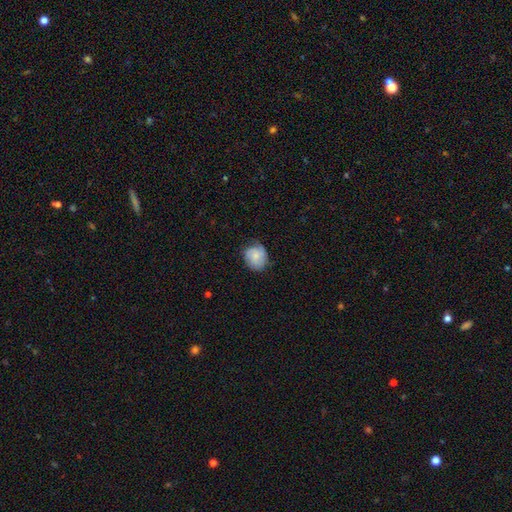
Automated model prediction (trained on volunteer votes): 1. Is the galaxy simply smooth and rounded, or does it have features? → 61% smooth, 32% featured or disk, 7% star or artifact.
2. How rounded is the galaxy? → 70% round, 29% in between, 1% cigar-shaped.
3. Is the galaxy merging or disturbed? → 66% none, 26% minor disturbance, 7% major disturbance, 1% merger.